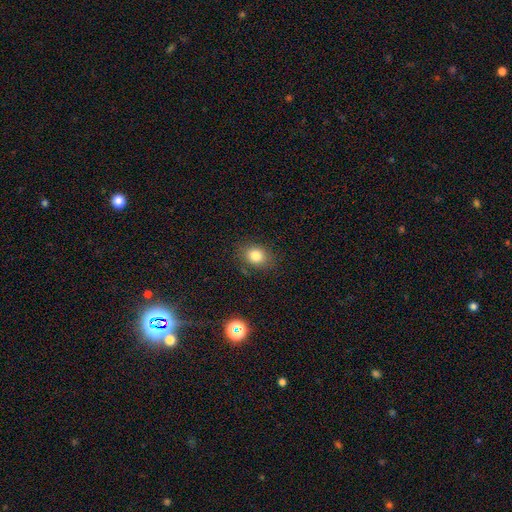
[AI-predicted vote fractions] A smooth galaxy with no disk features (81%) that is in between round and cigar-shaped (53%).

Vote fractions:
- Smooth or featured? smooth: 81% / star or artifact: 12% / featured or disk: 7%
- How rounded? in between: 53% / round: 46% / cigar-shaped: 1%
- Merging? none: 82% / minor disturbance: 12% / major disturbance: 4% / merger: 2%